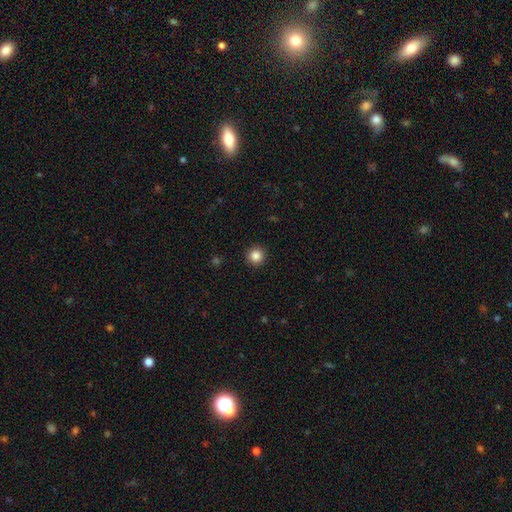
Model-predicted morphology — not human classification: Smooth or featured?
  - smooth: 86% *
  - star or artifact: 11%
  - featured or disk: 4%
How rounded?
  - round: 95% *
  - in between: 4%
  - cigar-shaped: 1%
Merging?
  - none: 93% *
  - minor disturbance: 5%
  - major disturbance: 2%
  - merger: 1%